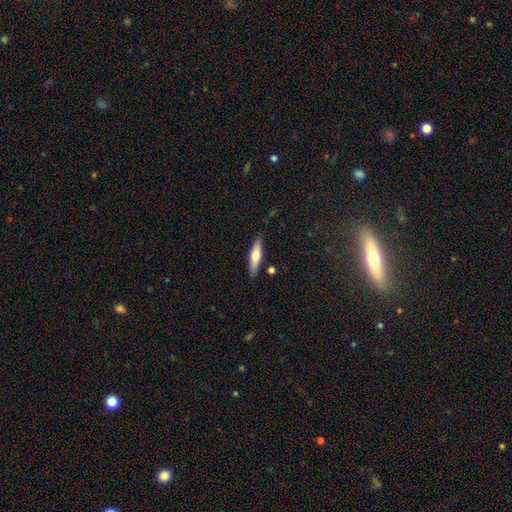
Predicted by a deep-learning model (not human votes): This is possibly a smooth galaxy (57%). How rounded: likely cigar-shaped (72%). Merging: clearly none (85%).